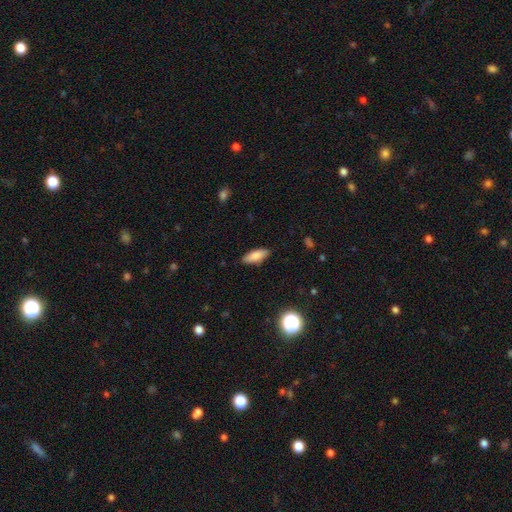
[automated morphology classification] Smooth or featured: smooth — 82% (featured or disk — 11%)
How rounded: in between — 72% (cigar-shaped — 25%)
Merging: none — 87% (minor disturbance — 10%)